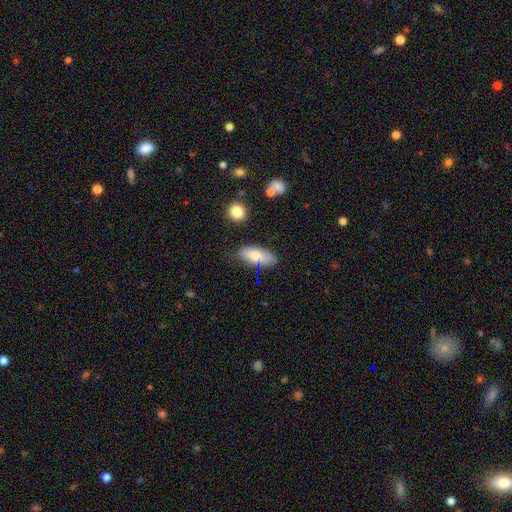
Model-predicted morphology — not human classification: A smooth galaxy with no disk features (76%) that is in between round and cigar-shaped (81%). Merging: none (67%).